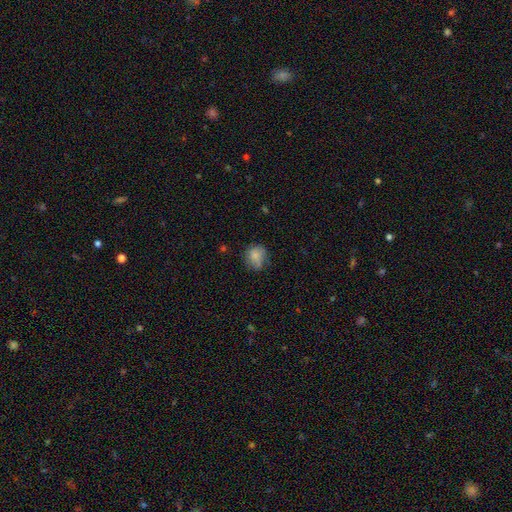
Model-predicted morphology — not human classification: Overall: smooth (79%). How rounded: round (67%; in between 32%). Merging: none (59%; minor disturbance 30%).